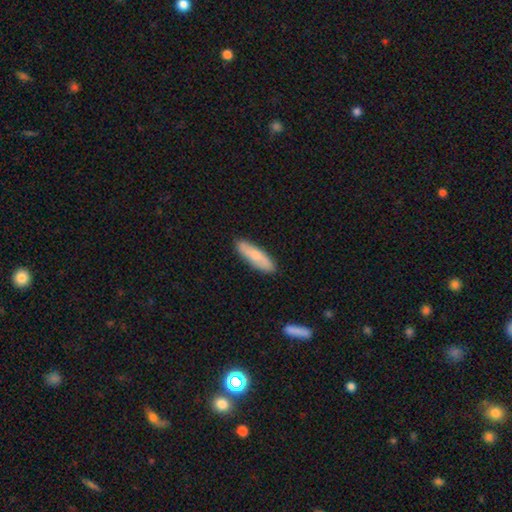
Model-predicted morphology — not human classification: Overall: smooth (73%). How rounded: cigar-shaped (64%; in between 34%). Merging: none (87%).